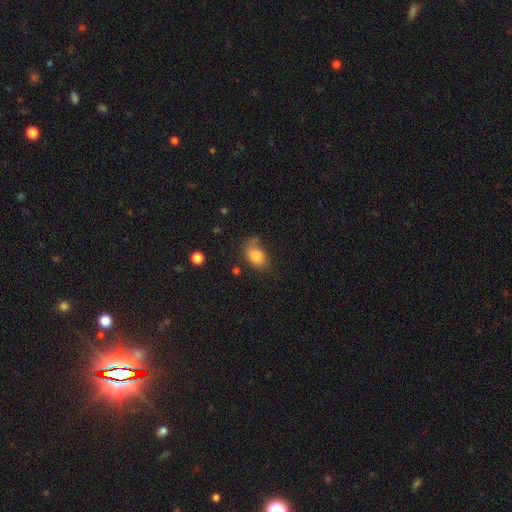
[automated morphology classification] This appears to be a smooth galaxy with no disk features (82%) that is in between round and cigar-shaped (82%). Merging: none (58%).